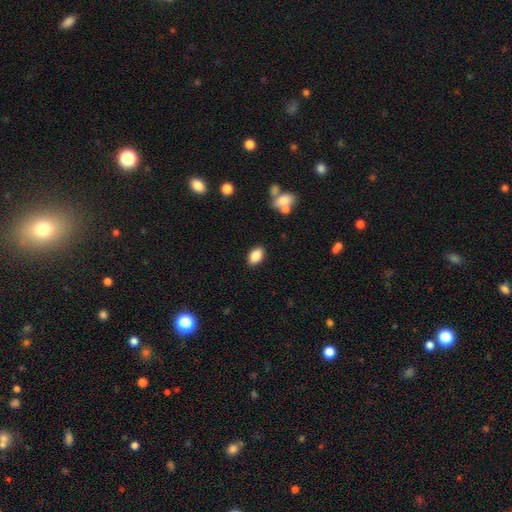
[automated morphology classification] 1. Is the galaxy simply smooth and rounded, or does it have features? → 86% smooth, 8% star or artifact, 6% featured or disk.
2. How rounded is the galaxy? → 89% in between, 10% round, 2% cigar-shaped.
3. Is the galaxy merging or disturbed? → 87% none, 9% minor disturbance, 2% major disturbance, 2% merger.